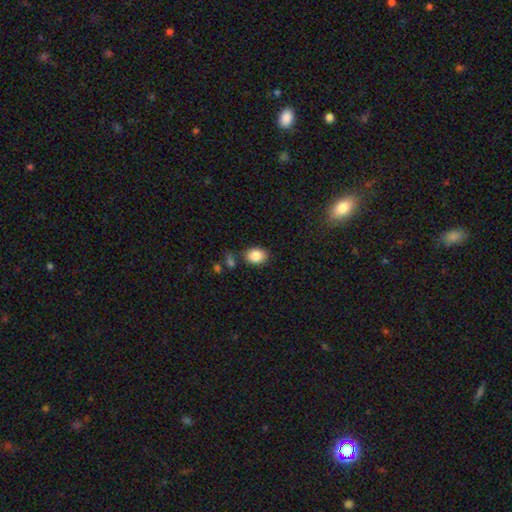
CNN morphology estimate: Smooth or featured?
  - smooth: 86% *
  - star or artifact: 8%
  - featured or disk: 6%
How rounded?
  - in between: 61% *
  - round: 38%
  - cigar-shaped: 1%
Merging?
  - none: 77% *
  - minor disturbance: 13%
  - merger: 6%
  - major disturbance: 4%